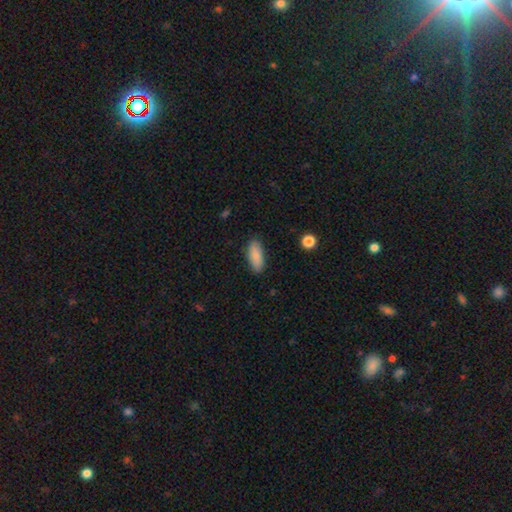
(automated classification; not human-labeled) A smooth galaxy with no disk features (86%) that is in between round and cigar-shaped (80%). Merging: none (86%).